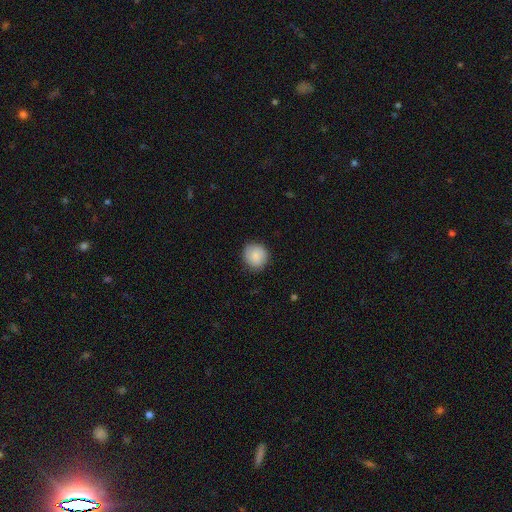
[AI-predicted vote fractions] A smooth galaxy with no disk features (87%) that is round (88%).

Vote fractions:
- Smooth or featured? smooth: 87% / star or artifact: 7% / featured or disk: 6%
- How rounded? round: 88% / in between: 11% / cigar-shaped: 1%
- Merging? none: 86% / minor disturbance: 11% / major disturbance: 3% / merger: 1%